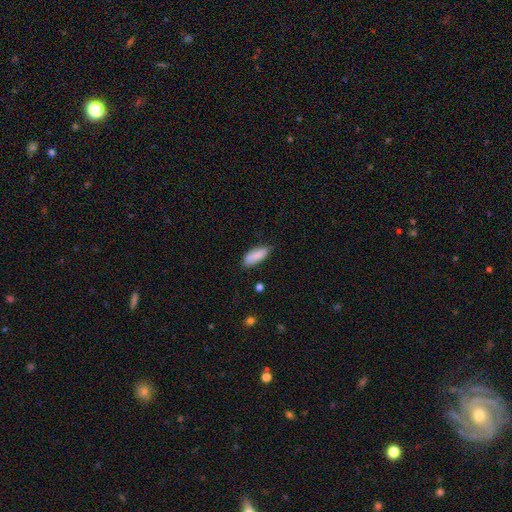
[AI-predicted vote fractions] This is clearly a smooth galaxy (86%). How rounded: likely in between (75%). Merging: likely none (74%).